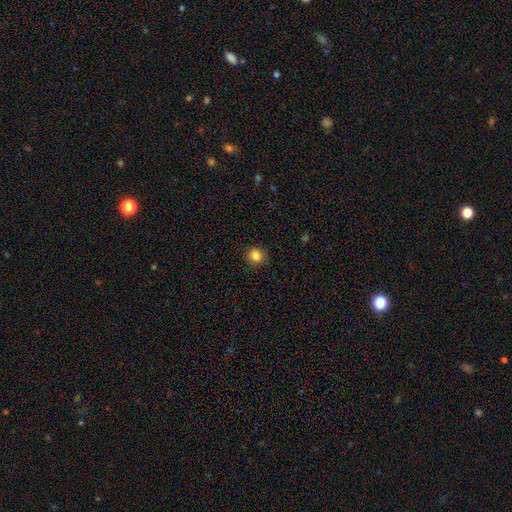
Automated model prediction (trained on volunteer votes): A smooth galaxy with no disk features (84%) that is round (88%). Merging: none (89%).